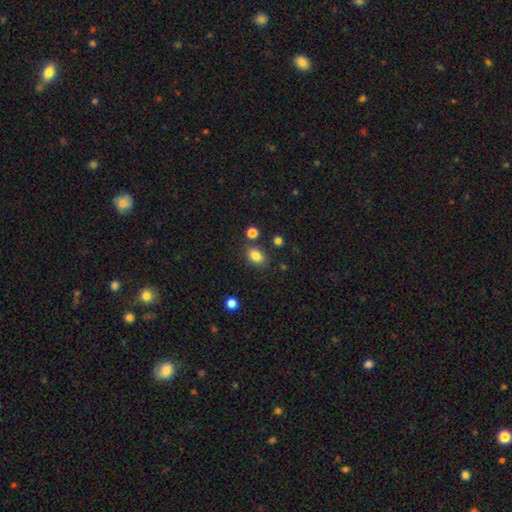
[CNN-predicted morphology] Smooth or featured?
  - smooth: 83% *
  - star or artifact: 11%
  - featured or disk: 6%
How rounded?
  - in between: 78% *
  - round: 21%
  - cigar-shaped: 2%
Merging?
  - none: 79% *
  - minor disturbance: 11%
  - merger: 6%
  - major disturbance: 3%